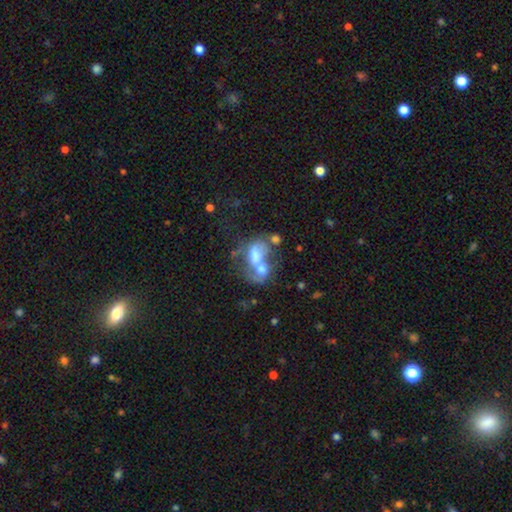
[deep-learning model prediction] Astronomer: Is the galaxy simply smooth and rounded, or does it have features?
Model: smooth — 45% (runner-up: featured or disk, 44%).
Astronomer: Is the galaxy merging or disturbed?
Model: merger — 66%.